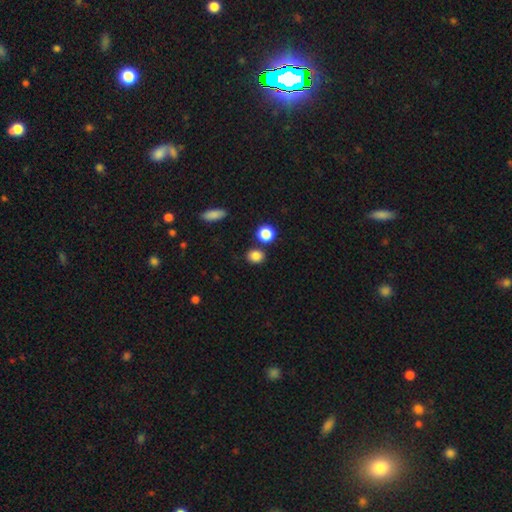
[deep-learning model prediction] Smooth or featured? smooth (84%)
How rounded? round (64%)
Merging? none (79%)